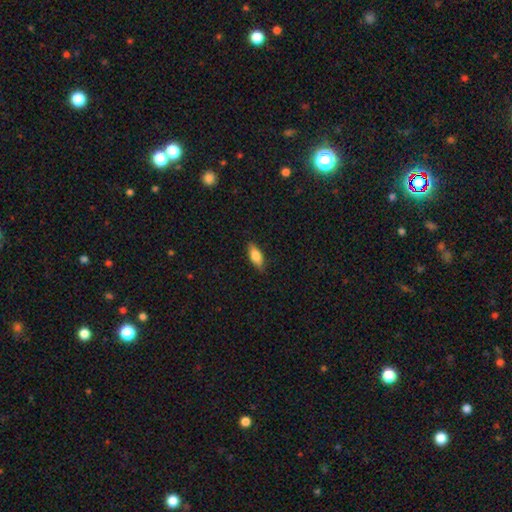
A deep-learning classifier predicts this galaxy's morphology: A smooth galaxy with no disk features (77%) that is in between round and cigar-shaped (75%). Merging: none (86%).